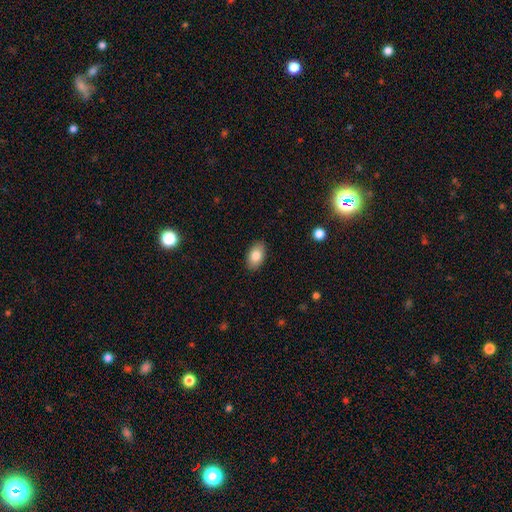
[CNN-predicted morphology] This appears to be a smooth galaxy with no disk features (83%) that is in between round and cigar-shaped (92%). Merging: none (88%).